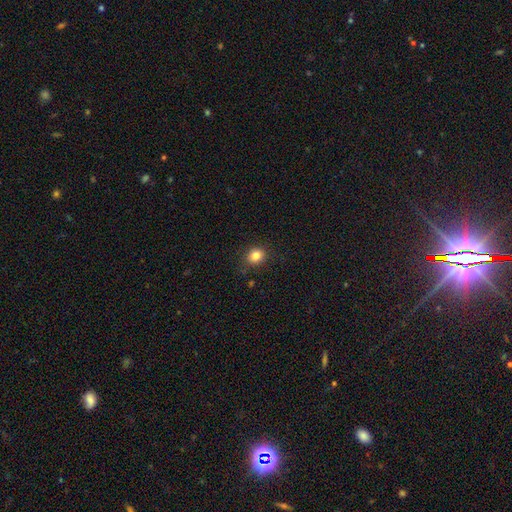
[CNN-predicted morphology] Smooth or featured? Predicted: smooth (p=0.83). How rounded? Predicted: round (p=0.73). Merging? Predicted: none (p=0.86).